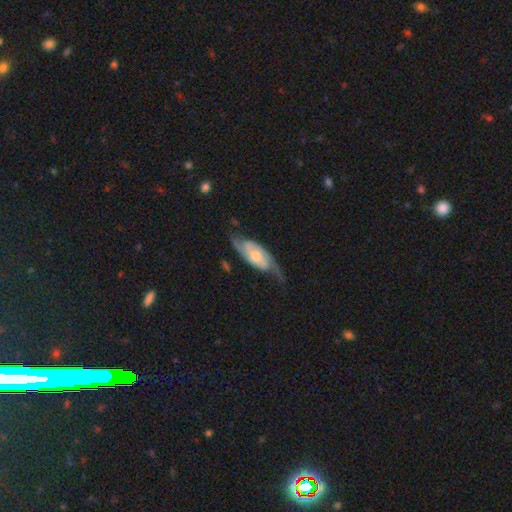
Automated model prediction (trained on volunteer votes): smooth_or_featured: featured or disk (p=0.81) [alt: smooth p=0.14]
disk_edge_on: no (p=0.90) [alt: yes p=0.10]
bar: no (p=0.61) [alt: weak p=0.31]
has_spiral_arms: yes (p=0.94) [alt: no p=0.06]
spiral_winding: medium (p=0.43) [alt: loose p=0.29]
spiral_arm_count: 2 (p=0.82) [alt: can't tell p=0.09]
bulge_size: moderate (p=0.58) [alt: small p=0.29]
merging: none (p=0.64) [alt: minor disturbance p=0.22]